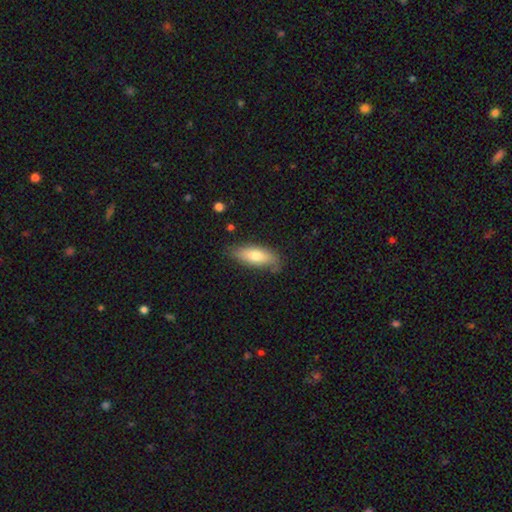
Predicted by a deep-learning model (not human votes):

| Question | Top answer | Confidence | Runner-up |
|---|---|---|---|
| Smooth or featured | smooth | 74% | featured or disk (19%) |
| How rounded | in between | 67% | cigar-shaped (31%) |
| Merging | none | 75% | minor disturbance (19%) |